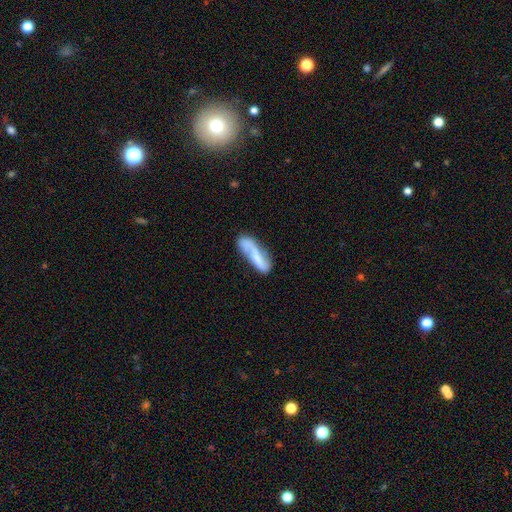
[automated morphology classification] This is possibly a featured or disk galaxy (48%). Merging: possibly none (53%).